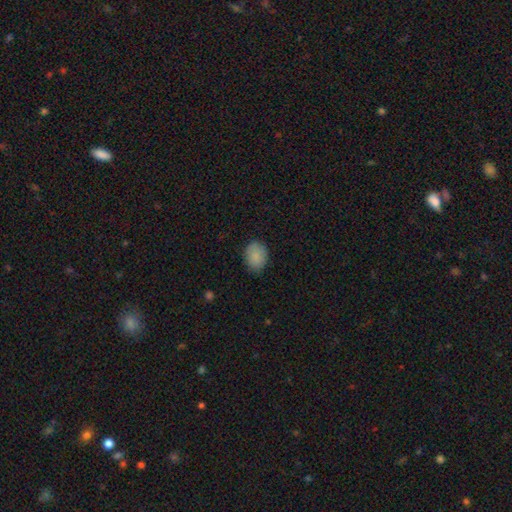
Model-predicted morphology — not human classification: Overall: smooth (88%). How rounded: in between (62%; round 37%). Merging: none (82%).